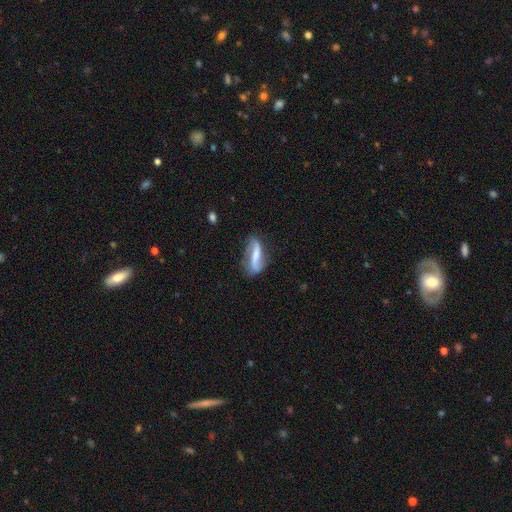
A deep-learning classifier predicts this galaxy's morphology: The model was most divided on "bulge size": small: 35%, none: 32%, moderate: 24%, large: 7%, dominant: 2%. Remaining: spiral arms — yes (89%); edge-on disk — no (89%); spiral arm count — 2 (86%); spiral winding — loose (75%); smooth or featured — featured or disk (67%); merging — none (63%); bar — strong (47%).